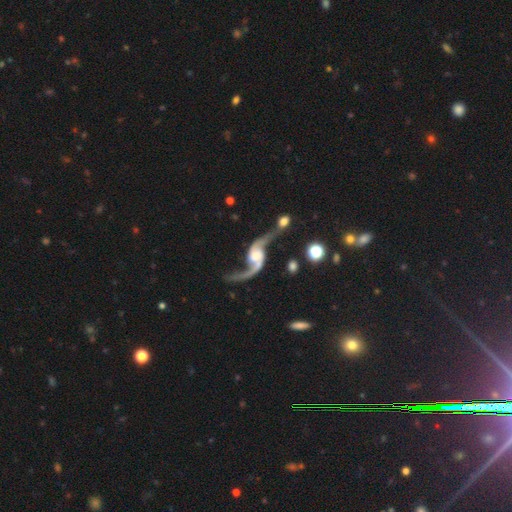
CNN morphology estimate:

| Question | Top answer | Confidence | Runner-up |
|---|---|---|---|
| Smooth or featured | featured or disk | 92% | star or artifact (4%) |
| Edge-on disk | no | 96% | yes (4%) |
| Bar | no | 47% | weak (38%) |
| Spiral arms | yes | 97% | no (3%) |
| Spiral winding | loose | 88% | medium (9%) |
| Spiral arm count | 2 | 93% | 1 (3%) |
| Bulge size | moderate | 33% | small (25%) |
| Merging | none | 39% | merger (33%) |